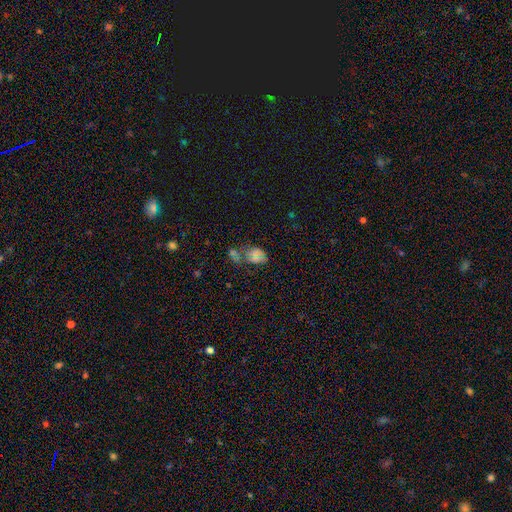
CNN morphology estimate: Smooth or featured? Predicted: smooth (p=0.51). How rounded? Predicted: in between (p=0.78). Merging? Predicted: none (p=0.40).